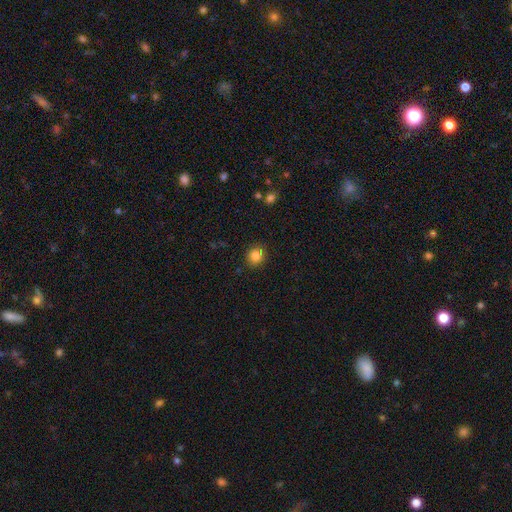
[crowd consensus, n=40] Volunteers were most divided on "merging": none: 83%, minor disturbance: 11%, major disturbance: 3%, merger: 3%. More confident: how rounded — round (94%); smooth or featured — smooth (88%).